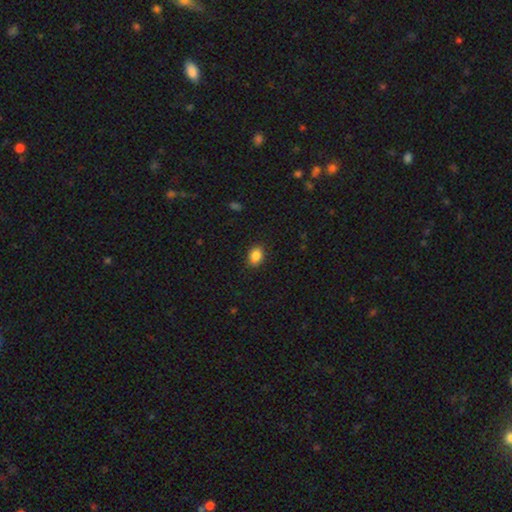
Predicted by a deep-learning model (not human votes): Smooth or featured: smooth — 86% (star or artifact — 9%)
How rounded: in between — 64% (round — 35%)
Merging: none — 88% (minor disturbance — 9%)